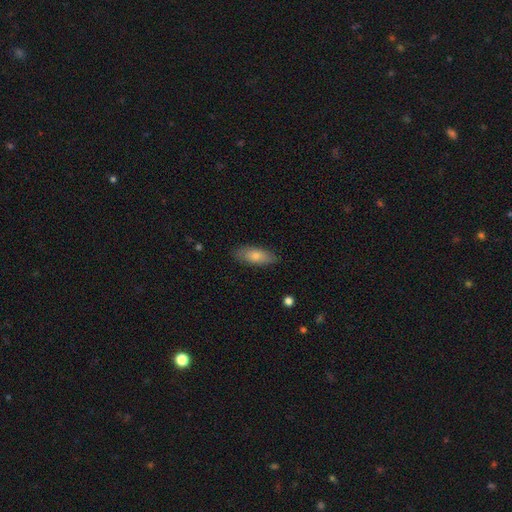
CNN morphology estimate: Overall: smooth (72%). How rounded: in between (71%). Merging: none (84%).